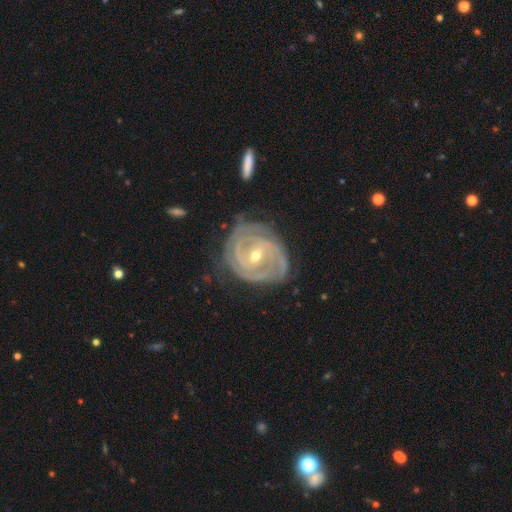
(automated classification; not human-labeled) Smooth or featured? Predicted: featured or disk (p=0.91). Edge-on disk? Predicted: no (p=0.97). Bar? Predicted: weak (p=0.43). Spiral arms? Predicted: yes (p=0.97). Spiral winding? Predicted: tight (p=0.79). Spiral arm count? Predicted: 2 (p=0.30). Bulge size? Predicted: small (p=0.52). Merging? Predicted: none (p=0.69).